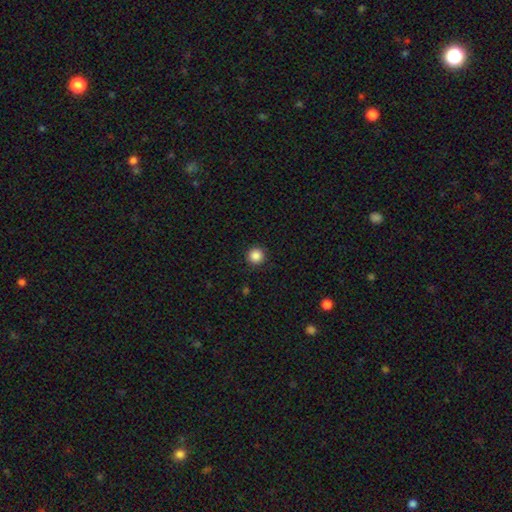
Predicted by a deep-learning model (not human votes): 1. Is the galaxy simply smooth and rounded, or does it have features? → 87% smooth, 10% star or artifact, 3% featured or disk.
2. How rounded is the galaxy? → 96% round, 3% in between, 1% cigar-shaped.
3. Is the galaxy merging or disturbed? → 92% none, 5% minor disturbance, 2% major disturbance, 1% merger.